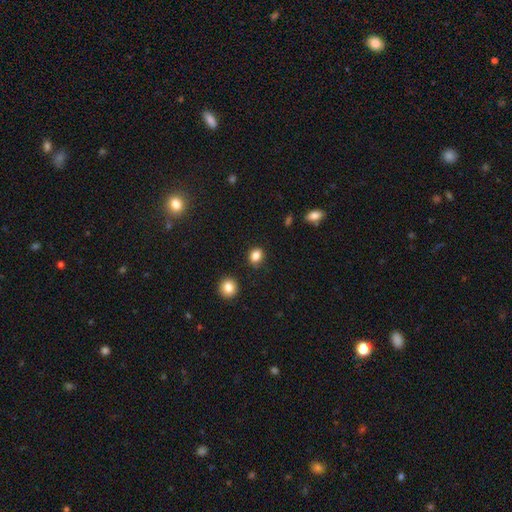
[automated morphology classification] Smooth or featured? smooth (84%)
How rounded? in between (51%)
Merging? none (85%)